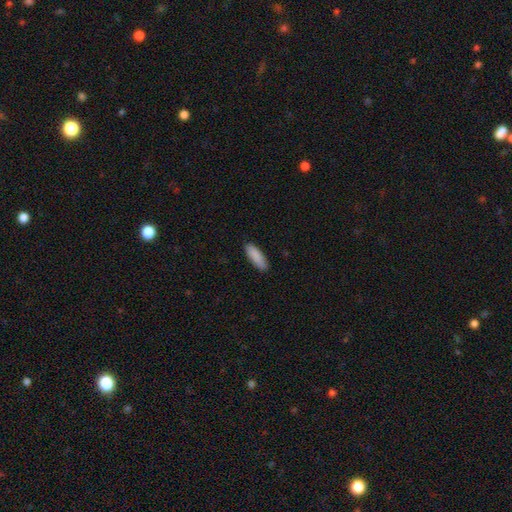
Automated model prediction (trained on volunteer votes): smooth 90%, star or artifact 6%, featured or disk 5%. Down the decision tree: how rounded — in between (54%); merging — none (88%).